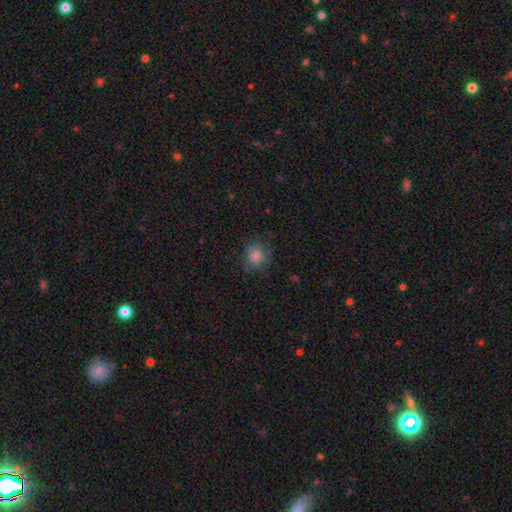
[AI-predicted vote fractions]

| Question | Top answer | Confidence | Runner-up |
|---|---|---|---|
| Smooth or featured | smooth | 80% | star or artifact (12%) |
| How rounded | round | 84% | in between (15%) |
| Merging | none | 79% | minor disturbance (15%) |